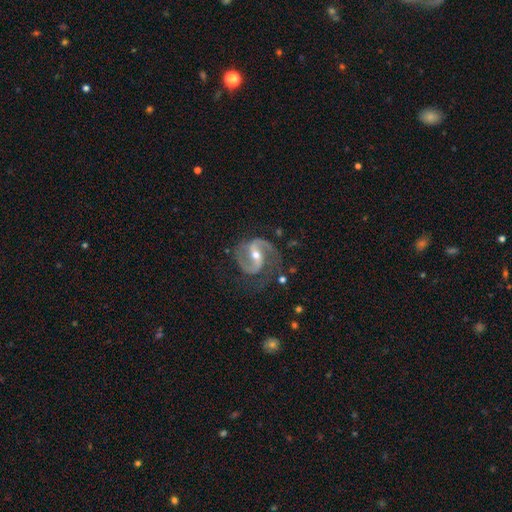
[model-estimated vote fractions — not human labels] Smooth or featured? featured or disk (91%)
Edge-on disk? no (98%)
Bar? strong (47%)
Spiral arms? yes (98%)
Spiral winding? medium (58%)
Spiral arm count? 2 (92%)
Bulge size? moderate (55%)
Merging? none (72%)